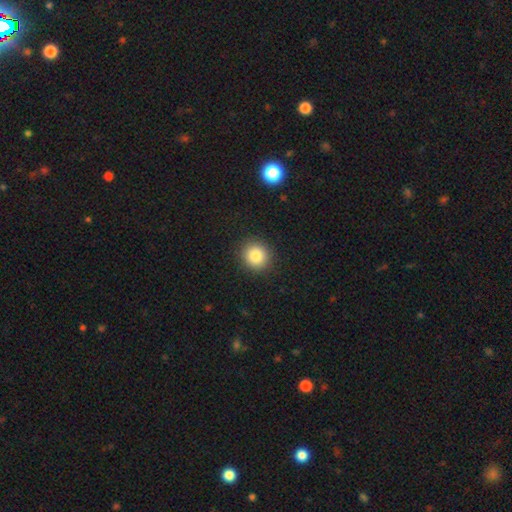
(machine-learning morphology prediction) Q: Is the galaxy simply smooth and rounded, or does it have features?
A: smooth — 85%.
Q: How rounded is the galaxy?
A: round — 89%.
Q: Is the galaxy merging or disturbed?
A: none — 91%.